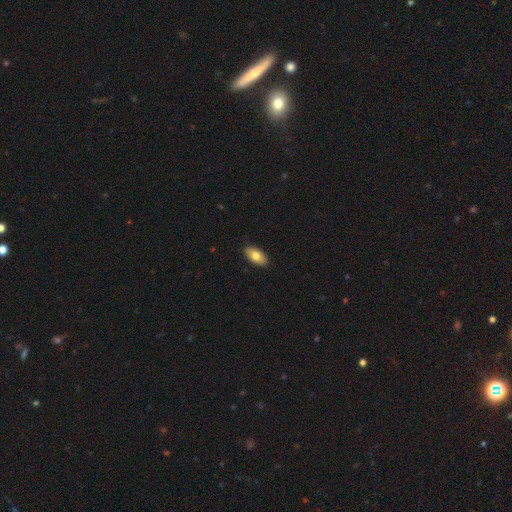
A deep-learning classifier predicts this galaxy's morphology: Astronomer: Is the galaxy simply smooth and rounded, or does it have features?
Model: smooth — 78%.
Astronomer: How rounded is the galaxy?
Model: in between — 93%.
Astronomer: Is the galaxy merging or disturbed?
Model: none — 89%.